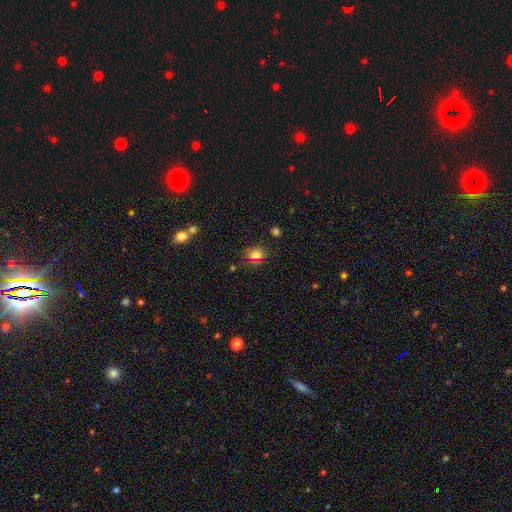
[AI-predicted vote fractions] Smooth or featured? smooth (73%)
How rounded? round (67%)
Merging? none (76%)